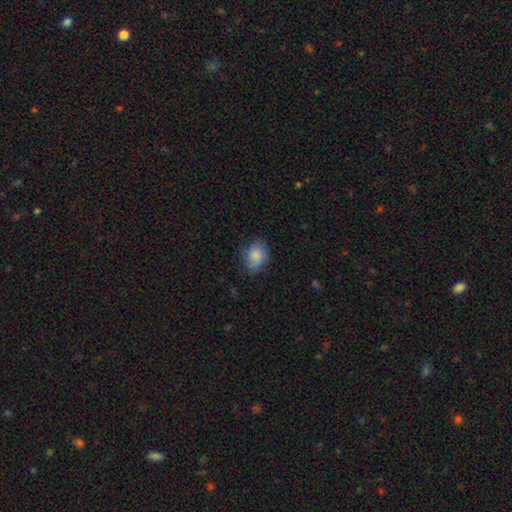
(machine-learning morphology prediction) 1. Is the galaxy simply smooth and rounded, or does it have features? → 85% smooth, 8% featured or disk, 7% star or artifact.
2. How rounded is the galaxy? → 64% in between, 35% round, 1% cigar-shaped.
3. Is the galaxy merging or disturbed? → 75% none, 19% minor disturbance, 5% major disturbance, 1% merger.